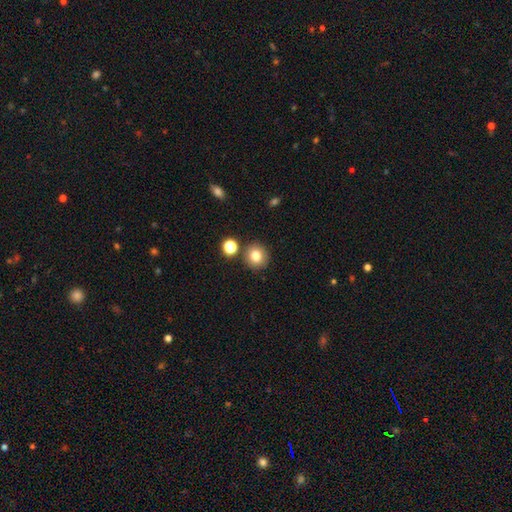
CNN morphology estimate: This is likely a smooth galaxy (79%). How rounded: clearly round (89%). Merging: clearly none (84%).